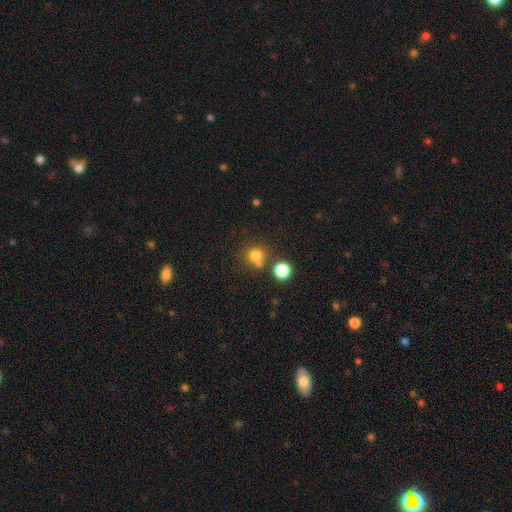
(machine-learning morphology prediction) Overall: smooth (77%). How rounded: round (87%). Merging: none (63%).